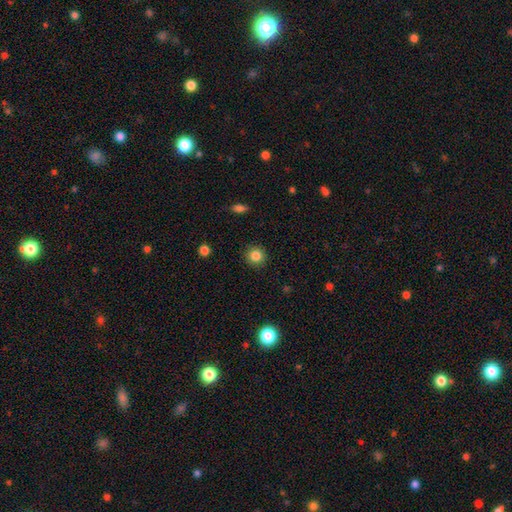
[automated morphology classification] Smooth or featured? Predicted: smooth (p=0.84). How rounded? Predicted: round (p=0.92). Merging? Predicted: none (p=0.91).